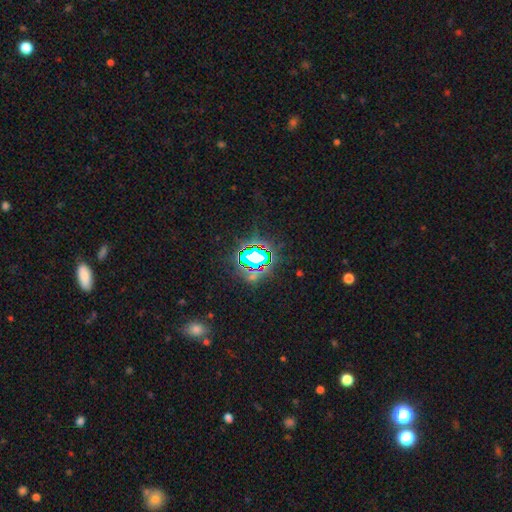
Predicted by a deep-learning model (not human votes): This is likely a star or artifact rather than a galaxy (76%).